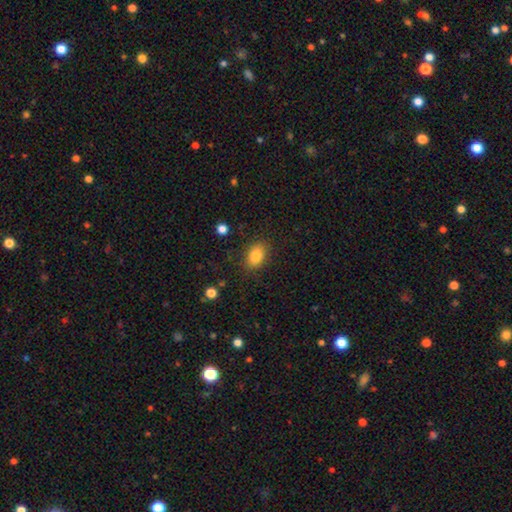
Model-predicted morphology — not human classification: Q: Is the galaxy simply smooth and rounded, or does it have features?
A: smooth — 84%.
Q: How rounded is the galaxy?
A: in between — 81%.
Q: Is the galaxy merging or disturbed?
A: none — 84%.